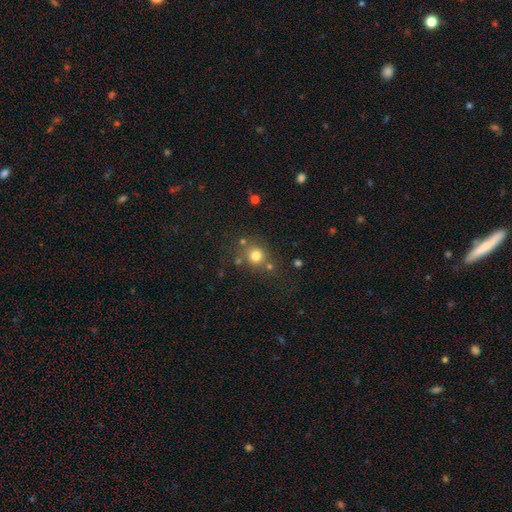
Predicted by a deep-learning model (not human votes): smooth-or-featured: smooth: 75% | star or artifact: 16% | featured or disk: 9%
  how-rounded: round: 84% | in between: 15% | cigar-shaped: 1%
  merging: none: 71% | merger: 12% | minor disturbance: 12% | major disturbance: 5%